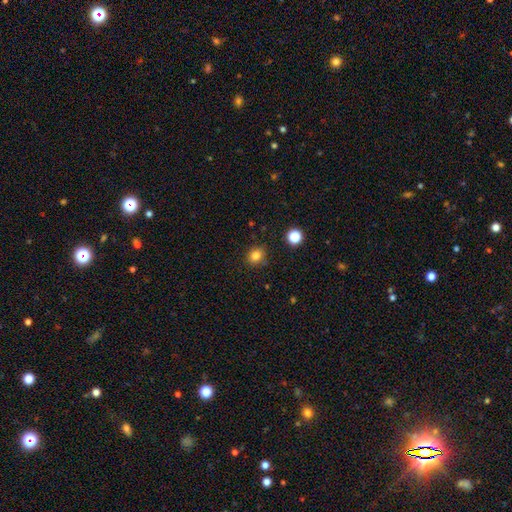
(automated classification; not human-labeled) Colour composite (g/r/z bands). It shows a smooth galaxy with no disk features (82%) that is round (66%). Merging: none (83%).